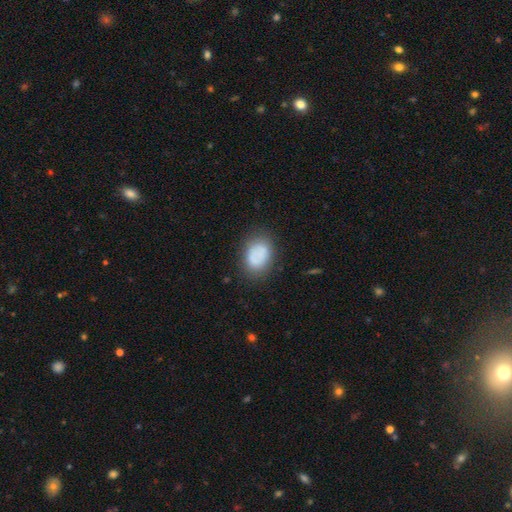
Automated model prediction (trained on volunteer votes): Smooth or featured: smooth — 77% (featured or disk — 14%)
How rounded: in between — 64% (round — 35%)
Merging: none — 76% (minor disturbance — 16%)